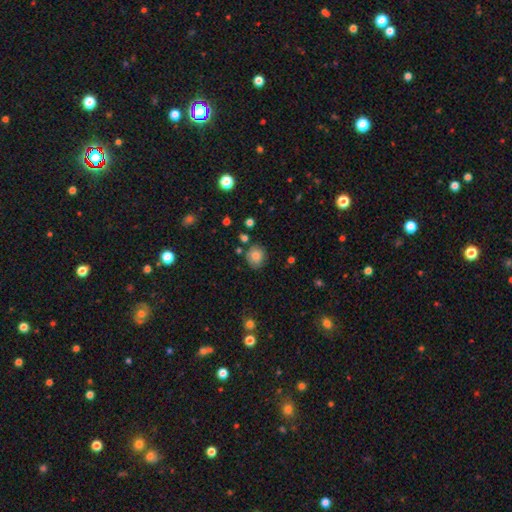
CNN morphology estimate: A smooth galaxy with no disk features (78%) that is round (83%). Merging: none (79%).